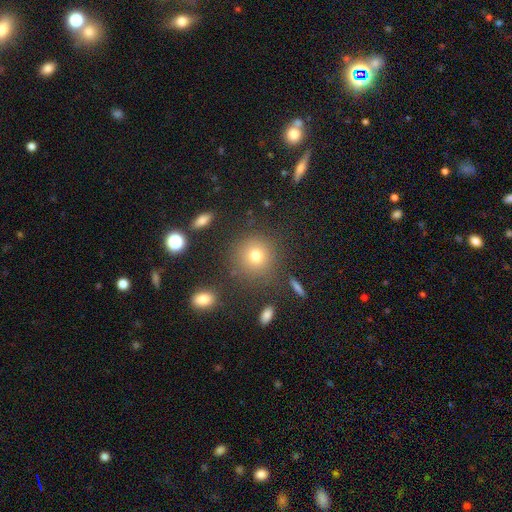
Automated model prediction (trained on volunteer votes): Smooth or featured: smooth — 74% (star or artifact — 16%)
How rounded: round — 91% (in between — 8%)
Merging: none — 83% (minor disturbance — 9%)